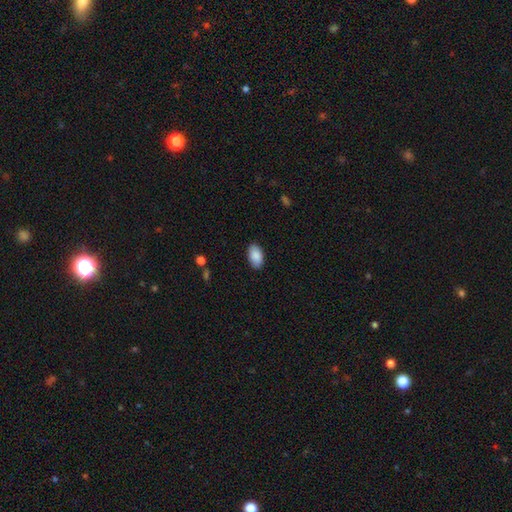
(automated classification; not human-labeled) Q: Smooth or featured?
A: smooth (90%); runner-up: star or artifact (6%)
Q: How rounded?
A: in between (94%); runner-up: round (4%)
Q: Merging?
A: none (88%); runner-up: minor disturbance (9%)